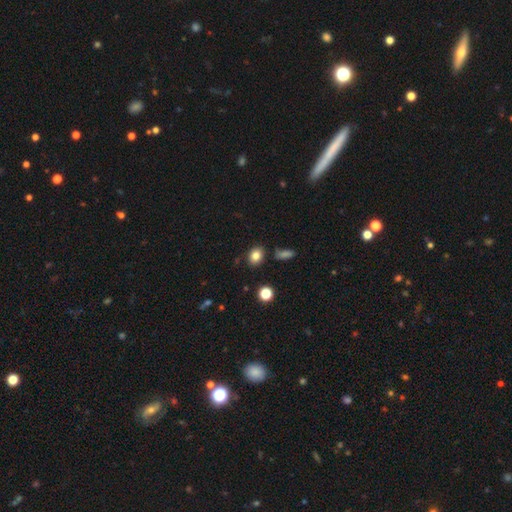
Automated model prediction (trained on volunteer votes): The model was most divided on "how rounded": in between: 53%, round: 46%, cigar-shaped: 1%. More confident: smooth or featured — smooth (82%); merging — none (82%).